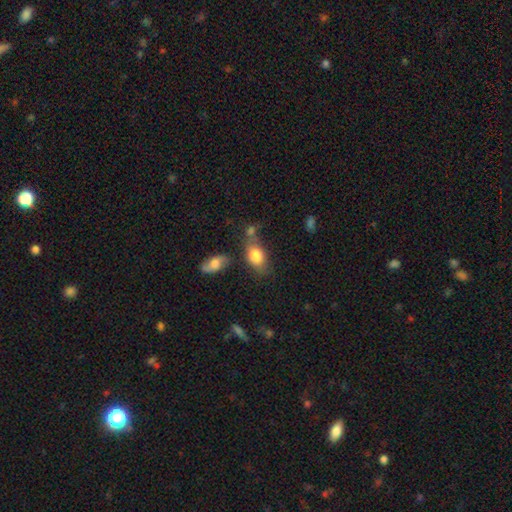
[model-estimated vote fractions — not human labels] The model was most divided on "merging": none: 52%, minor disturbance: 22%, merger: 17%, major disturbance: 8%. More confident: how rounded — in between (84%); smooth or featured — smooth (79%).